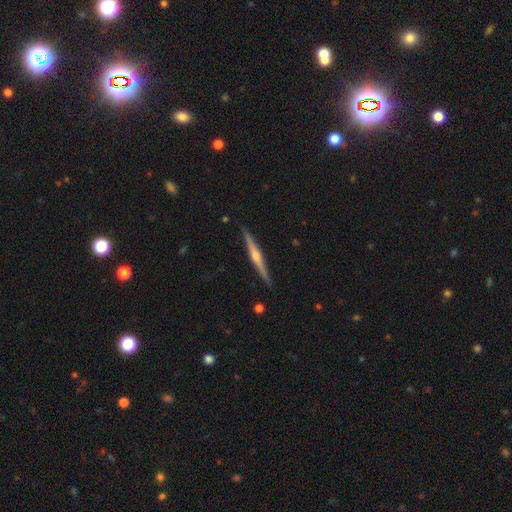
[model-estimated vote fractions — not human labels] featured or disk 74%, smooth 21%, star or artifact 5%. Down the decision tree: edge-on disk — yes (98%); edge-on bulge — rounded (75%); merging — none (91%).